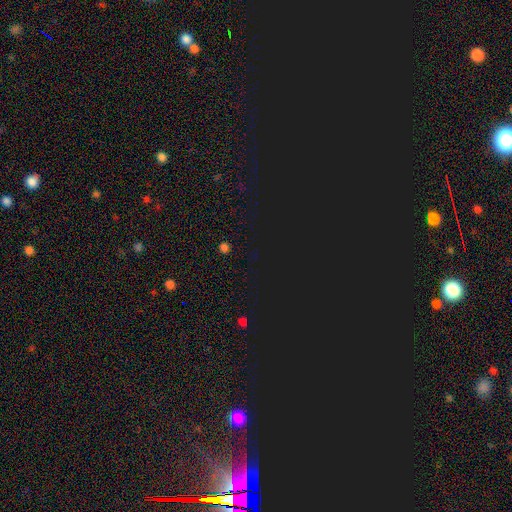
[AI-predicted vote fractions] Smooth or featured: star or artifact — 71% (smooth — 23%)